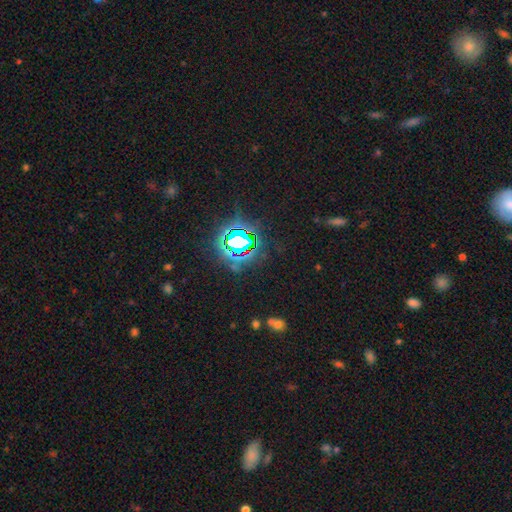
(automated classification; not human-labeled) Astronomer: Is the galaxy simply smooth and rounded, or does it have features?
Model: star or artifact — 80%.